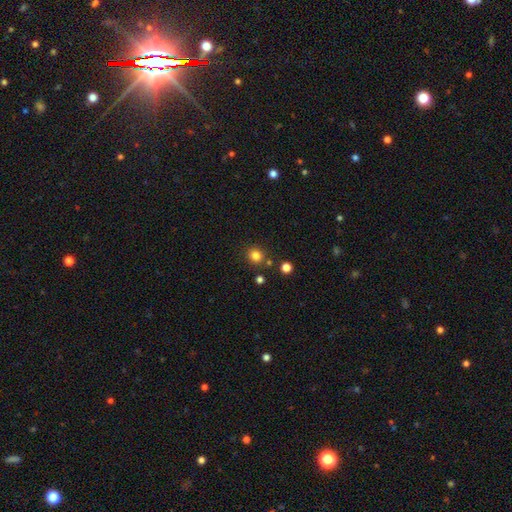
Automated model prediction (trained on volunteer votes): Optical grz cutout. It shows a smooth galaxy with no disk features (81%) that is round (87%). Merging: none (82%).